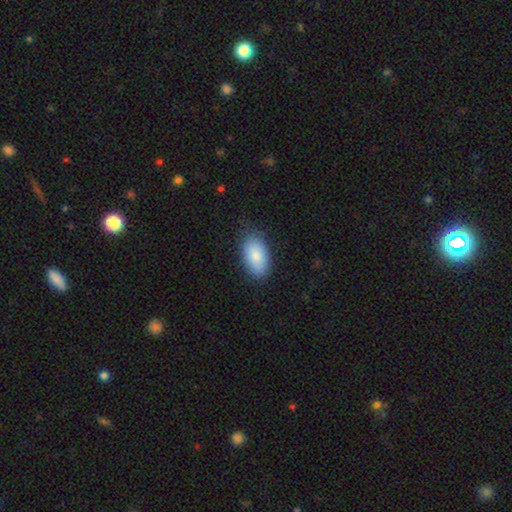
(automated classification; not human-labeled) smooth 86%, featured or disk 8%, star or artifact 6%. Down the decision tree: how rounded — in between (94%); merging — none (80%).